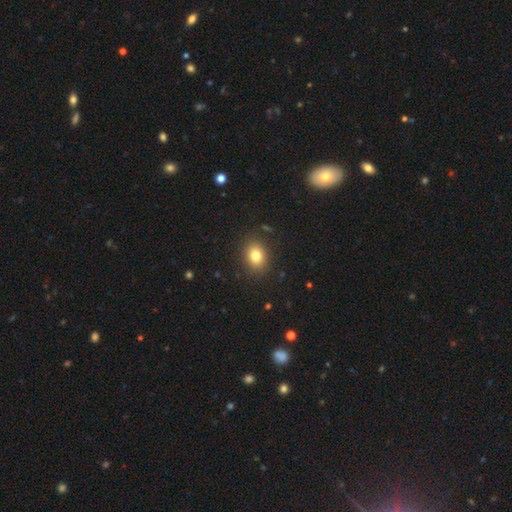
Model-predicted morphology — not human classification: smooth 81%, star or artifact 11%, featured or disk 8%. Down the decision tree: how rounded — in between (61%); merging — none (87%).